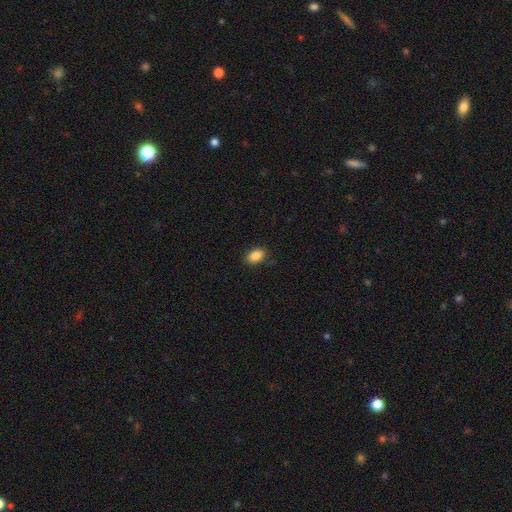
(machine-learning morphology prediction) The model was most divided on "merging": none: 86%, minor disturbance: 11%, major disturbance: 2%, merger: 1%. More confident: smooth or featured — smooth (88%); how rounded — in between (87%).